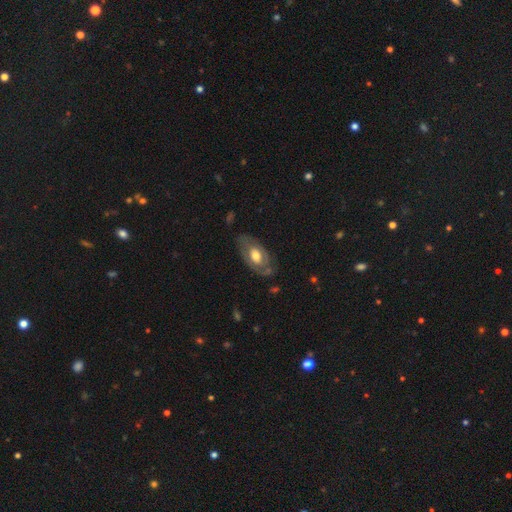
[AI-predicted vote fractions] Smooth or featured: featured or disk — 58% (smooth — 37%)
Edge-on disk: no — 89% (yes — 11%)
Bar: no — 76% (weak — 19%)
Spiral arms: no — 58% (yes — 42%)
Bulge size: moderate — 62% (large — 27%)
Merging: none — 70% (minor disturbance — 21%)